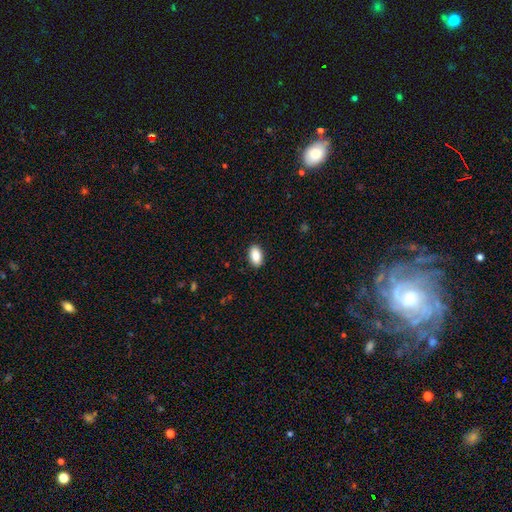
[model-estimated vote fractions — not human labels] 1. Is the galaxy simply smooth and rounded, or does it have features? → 89% smooth, 7% star or artifact, 4% featured or disk.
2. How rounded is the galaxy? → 94% in between, 5% round, 2% cigar-shaped.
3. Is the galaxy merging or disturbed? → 89% none, 8% minor disturbance, 2% major disturbance, 1% merger.